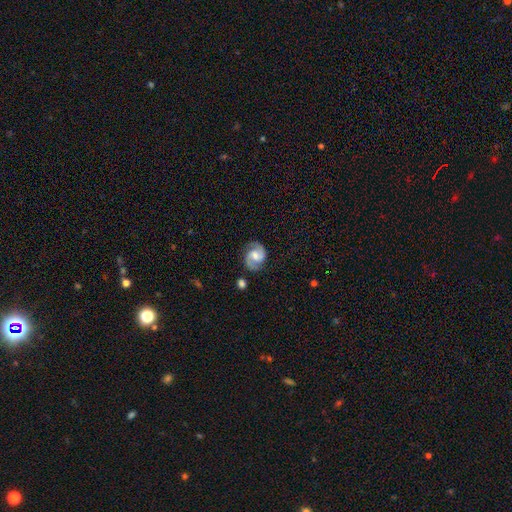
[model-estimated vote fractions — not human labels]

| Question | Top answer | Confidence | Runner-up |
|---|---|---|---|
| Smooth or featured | featured or disk | 88% | smooth (7%) |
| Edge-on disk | no | 98% | yes (2%) |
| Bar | weak | 46% | no (41%) |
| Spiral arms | yes | 98% | no (2%) |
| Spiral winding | medium | 57% | tight (28%) |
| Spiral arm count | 2 | 94% | can't tell (2%) |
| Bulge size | moderate | 53% | small (27%) |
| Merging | none | 84% | minor disturbance (11%) |